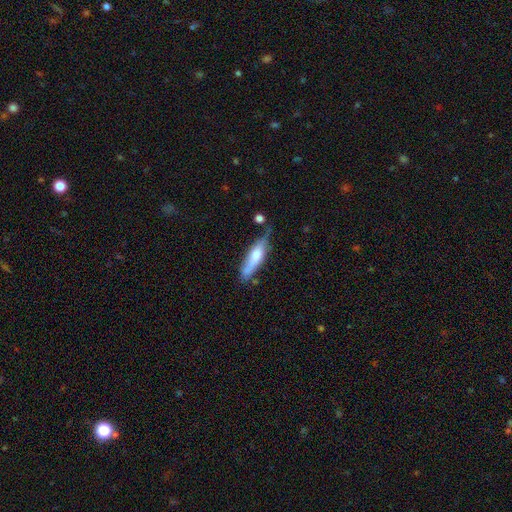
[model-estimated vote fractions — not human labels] A smooth galaxy with no disk features (56%) that is cigar-shaped (71%).

Vote fractions:
- Smooth or featured? smooth: 56% / featured or disk: 38% / star or artifact: 6%
- How rounded? cigar-shaped: 71% / in between: 27% / round: 2%
- Merging? none: 56% / minor disturbance: 28% / merger: 8% / major disturbance: 8%